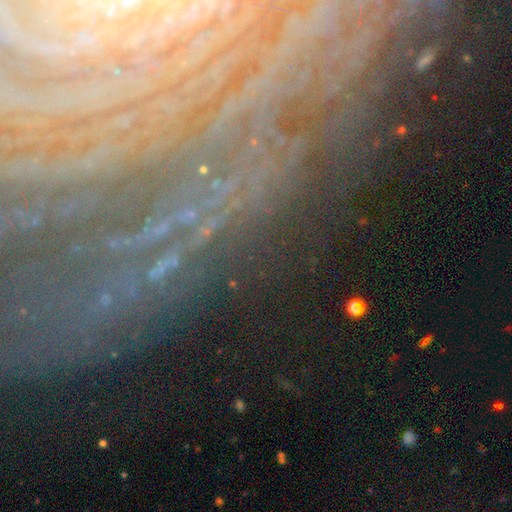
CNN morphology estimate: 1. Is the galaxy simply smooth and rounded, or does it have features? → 52% featured or disk, 34% star or artifact, 15% smooth.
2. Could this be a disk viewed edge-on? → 81% no, 19% yes.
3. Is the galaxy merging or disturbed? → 82% none, 10% minor disturbance, 5% major disturbance, 3% merger.